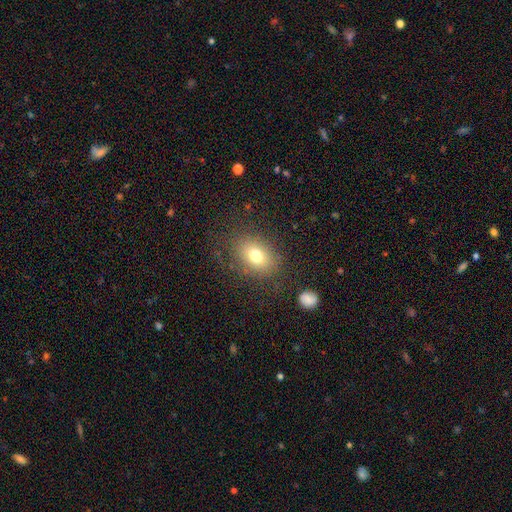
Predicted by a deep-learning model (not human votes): Smooth or featured?
  - smooth: 74% *
  - featured or disk: 14%
  - star or artifact: 13%
How rounded?
  - in between: 64% *
  - round: 35%
  - cigar-shaped: 1%
Merging?
  - none: 80% *
  - minor disturbance: 12%
  - major disturbance: 7%
  - merger: 2%